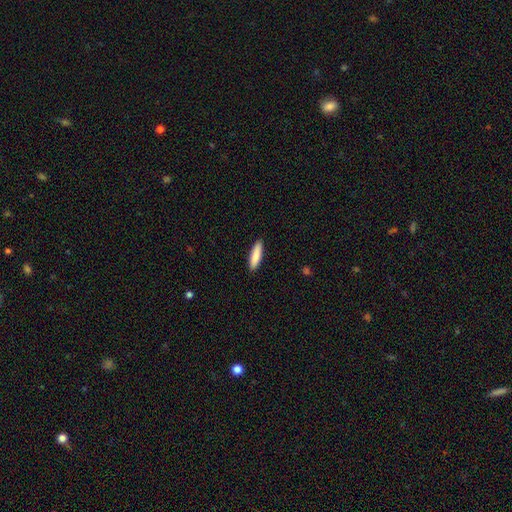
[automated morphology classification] Smooth or featured? smooth (86%)
How rounded? cigar-shaped (68%)
Merging? none (91%)